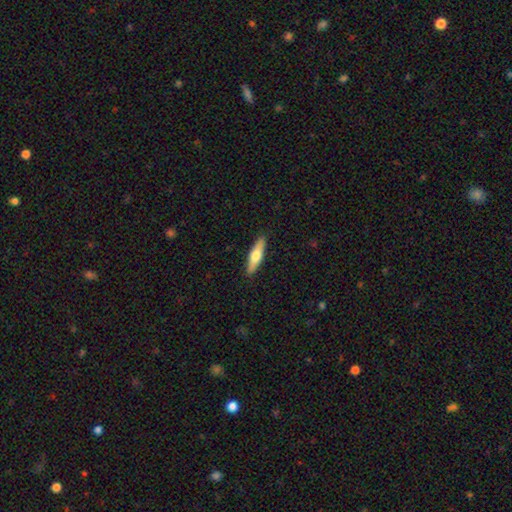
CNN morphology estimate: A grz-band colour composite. It shows a smooth galaxy with no disk features (53%) that is cigar-shaped (73%). Merging: none (91%).